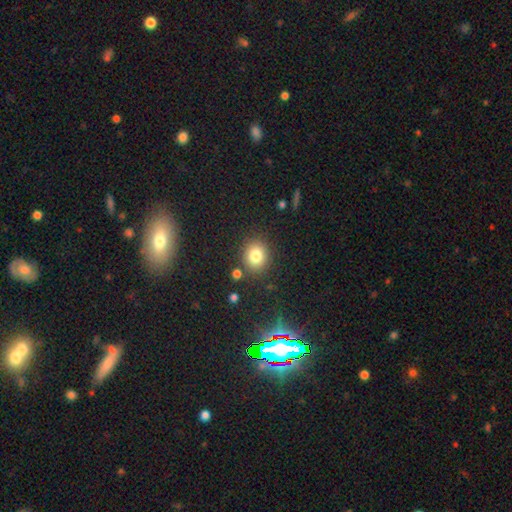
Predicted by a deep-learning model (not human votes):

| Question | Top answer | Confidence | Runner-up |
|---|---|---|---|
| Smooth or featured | smooth | 80% | star or artifact (13%) |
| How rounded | round | 73% | in between (26%) |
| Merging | none | 84% | minor disturbance (9%) |